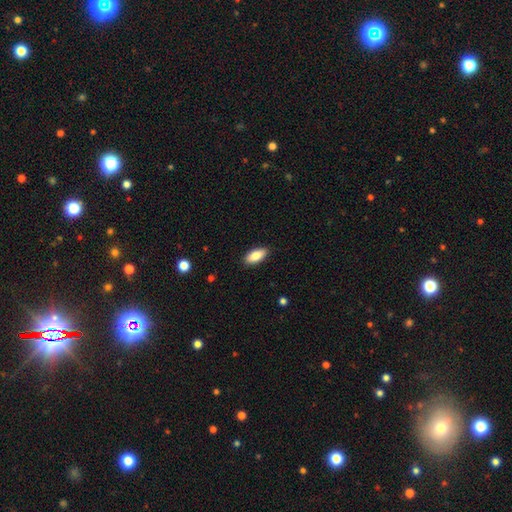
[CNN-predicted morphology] smooth 85%, featured or disk 9%, star or artifact 6%. Down the decision tree: how rounded — in between (87%); merging — none (89%).